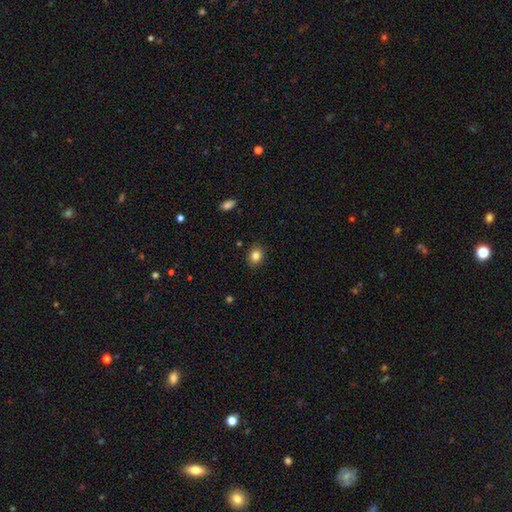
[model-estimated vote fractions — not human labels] Smooth or featured?
  - smooth: 83% *
  - star or artifact: 10%
  - featured or disk: 6%
How rounded?
  - round: 55% *
  - in between: 44%
  - cigar-shaped: 1%
Merging?
  - none: 88% *
  - minor disturbance: 9%
  - major disturbance: 2%
  - merger: 1%